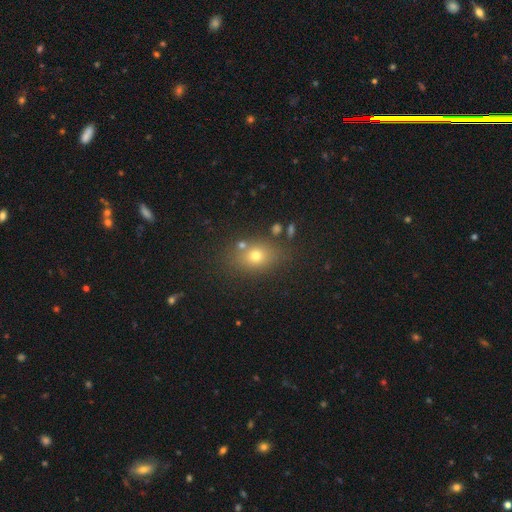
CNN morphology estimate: smooth 68%, star or artifact 18%, featured or disk 14%. Down the decision tree: how rounded — in between (56%); merging — none (76%).